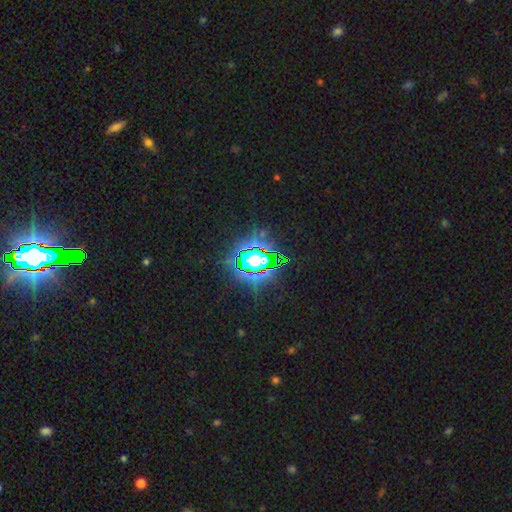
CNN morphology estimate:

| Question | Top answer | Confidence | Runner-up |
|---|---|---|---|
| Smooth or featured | star or artifact | 85% | smooth (9%) |